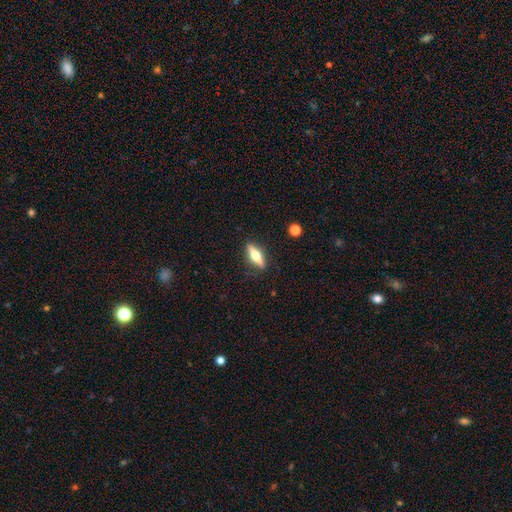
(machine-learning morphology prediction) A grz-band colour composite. It shows a featured or disk galaxy (57%) viewed edge-on (93%) with a rounded central bulge (95%). Merging: none (88%).